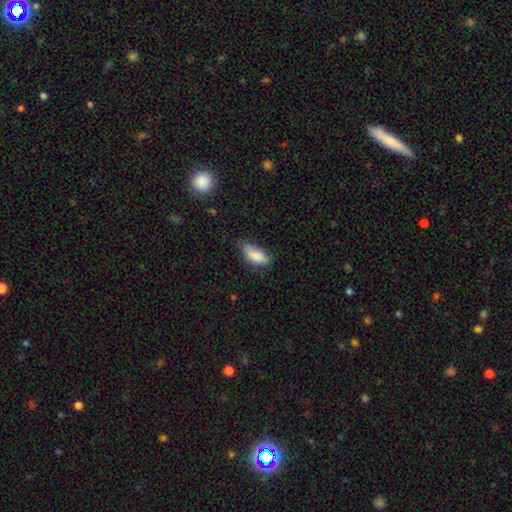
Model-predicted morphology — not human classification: smooth 84%, featured or disk 9%, star or artifact 7%. Down the decision tree: how rounded — in between (85%); merging — none (56%).